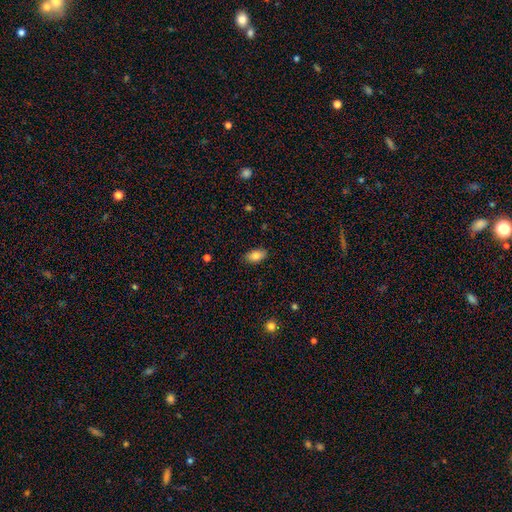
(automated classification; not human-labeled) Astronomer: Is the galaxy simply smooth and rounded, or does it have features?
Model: smooth — 83%.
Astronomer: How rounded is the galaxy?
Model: in between — 92%.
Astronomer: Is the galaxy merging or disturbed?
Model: none — 86%.